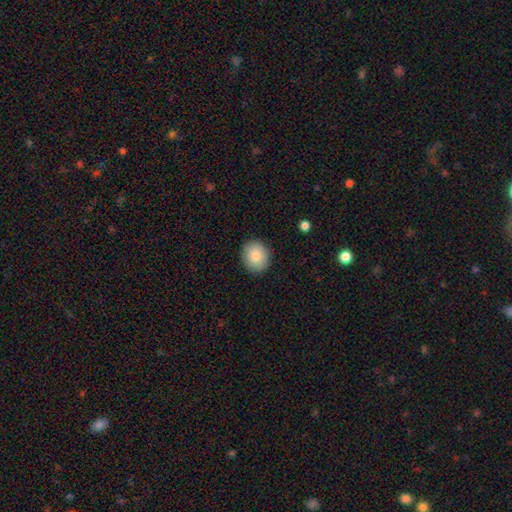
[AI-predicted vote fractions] Morphology: type=smooth (83%); roundness=round (67%); merging=none (89%).